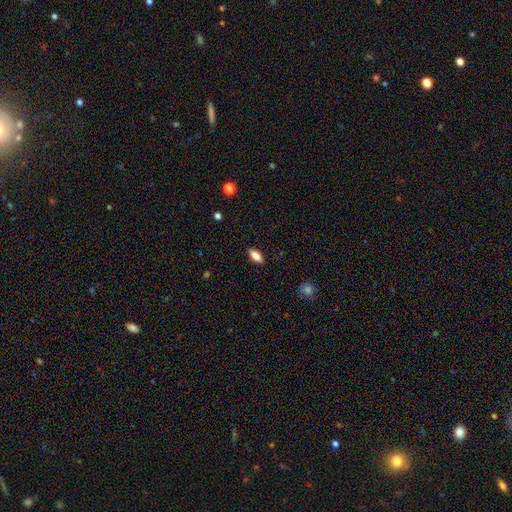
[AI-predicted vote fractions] Smooth or featured? Predicted: smooth (p=0.78). How rounded? Predicted: in between (p=0.85). Merging? Predicted: none (p=0.89).